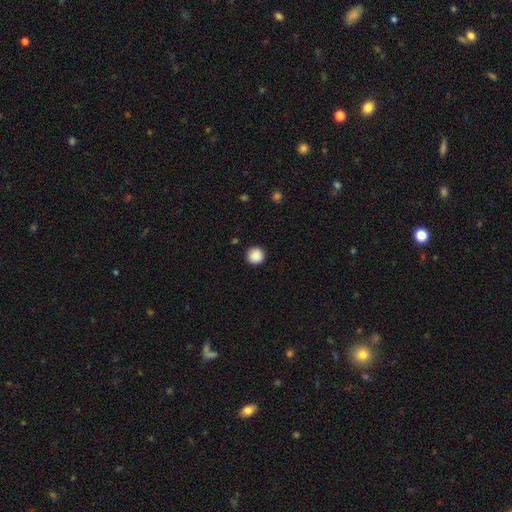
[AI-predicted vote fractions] The model was most divided on "smooth or featured": smooth: 89%, star or artifact: 9%, featured or disk: 2%. More confident: how rounded — round (95%); merging — none (92%).